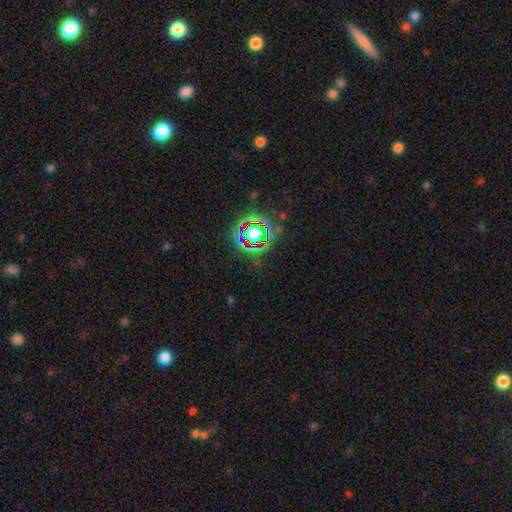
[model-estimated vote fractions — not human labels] smooth-or-featured: star or artifact: 78% | smooth: 12% | featured or disk: 9%